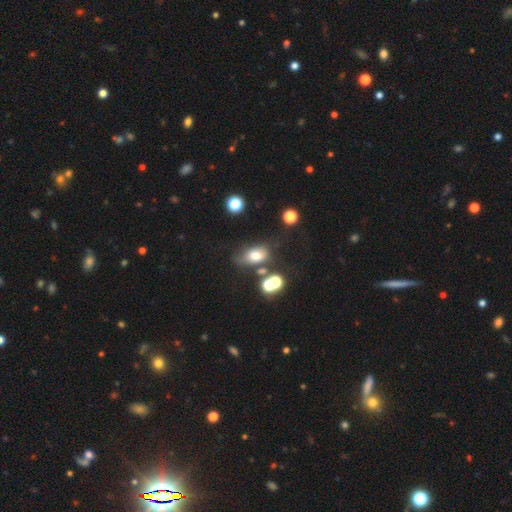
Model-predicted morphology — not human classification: smooth 70%, featured or disk 16%, star or artifact 15%. Down the decision tree: how rounded — in between (79%); merging — none (48%).